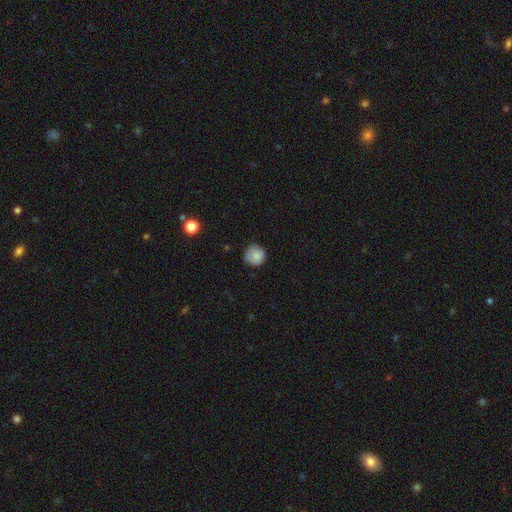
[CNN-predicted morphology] Q: Smooth or featured?
A: smooth (83%); runner-up: featured or disk (9%)
Q: How rounded?
A: round (91%); runner-up: in between (8%)
Q: Merging?
A: none (72%); runner-up: minor disturbance (22%)